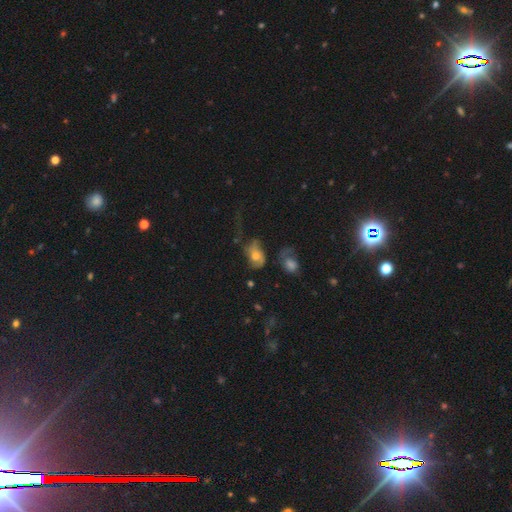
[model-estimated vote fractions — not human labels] A smooth galaxy with no disk features (54%) that is in between round and cigar-shaped (74%). Merging: major disturbance (39%).